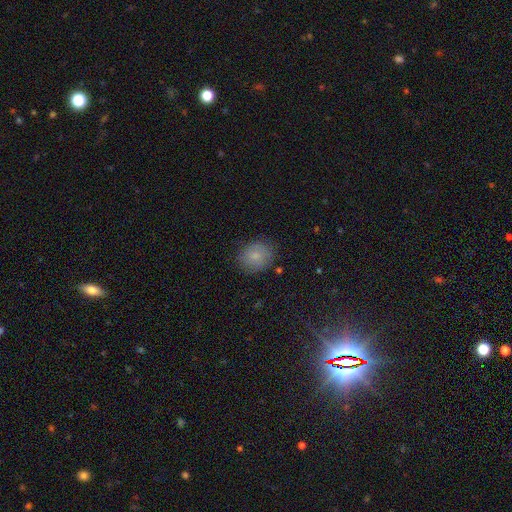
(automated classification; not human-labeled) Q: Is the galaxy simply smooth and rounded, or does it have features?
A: smooth — 79%.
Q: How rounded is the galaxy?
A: round — 70%.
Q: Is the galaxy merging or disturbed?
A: none — 80%.